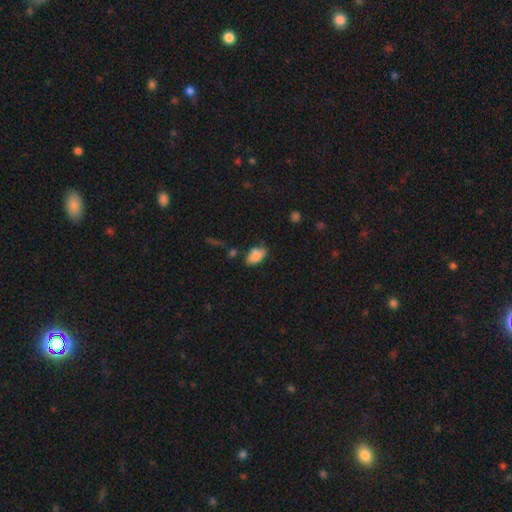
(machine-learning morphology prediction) smooth 83%, featured or disk 9%, star or artifact 8%. Down the decision tree: how rounded — in between (92%); merging — none (60%).